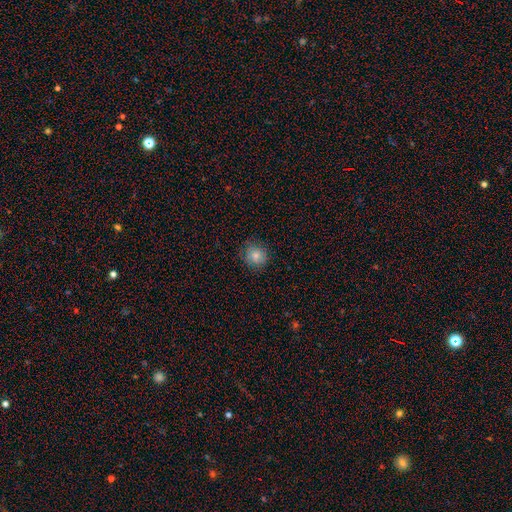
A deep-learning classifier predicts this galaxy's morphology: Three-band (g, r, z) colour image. It shows a smooth galaxy with no disk features (77%) that is round (85%). Merging: none (81%).